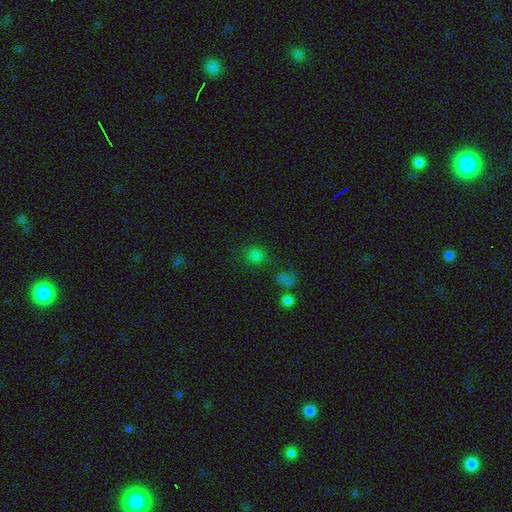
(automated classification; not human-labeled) smooth 75%, star or artifact 20%, featured or disk 5%. Down the decision tree: how rounded — round (84%); merging — none (74%).